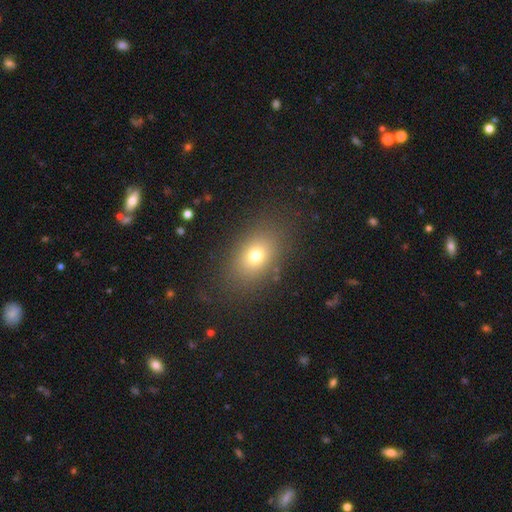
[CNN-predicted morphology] Q: Smooth or featured?
A: smooth (69%); runner-up: star or artifact (19%)
Q: How rounded?
A: in between (72%); runner-up: round (26%)
Q: Merging?
A: none (87%); runner-up: minor disturbance (9%)